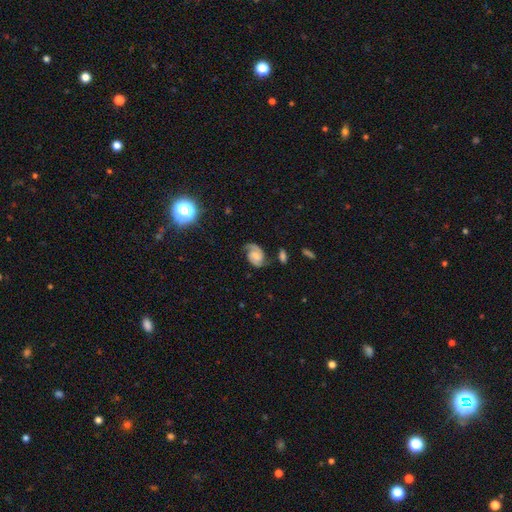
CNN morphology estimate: Smooth or featured?
  - featured or disk: 80% *
  - smooth: 12%
  - star or artifact: 7%
Edge-on disk?
  - no: 98% *
  - yes: 2%
Bar?
  - no: 52% *
  - weak: 38%
  - strong: 10%
Spiral arms?
  - yes: 96% *
  - no: 4%
Spiral winding?
  - medium: 49% *
  - tight: 34%
  - loose: 16%
Spiral arm count?
  - 2: 87% *
  - 1: 5%
  - can't tell: 4%
  - 3: 1%
  - 4: 1%
  - more than 4: 1%
Bulge size?
  - small: 41% *
  - moderate: 40%
  - none: 12%
  - large: 5%
  - dominant: 2%
Merging?
  - none: 69% *
  - minor disturbance: 20%
  - major disturbance: 8%
  - merger: 3%